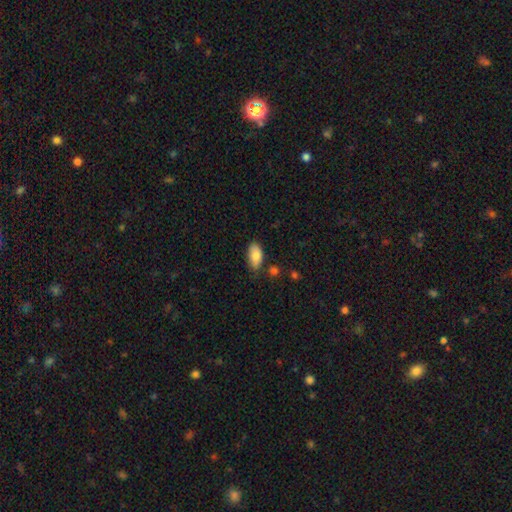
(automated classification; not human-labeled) This is clearly a smooth galaxy (84%). How rounded: clearly in between (93%). Merging: likely none (75%).